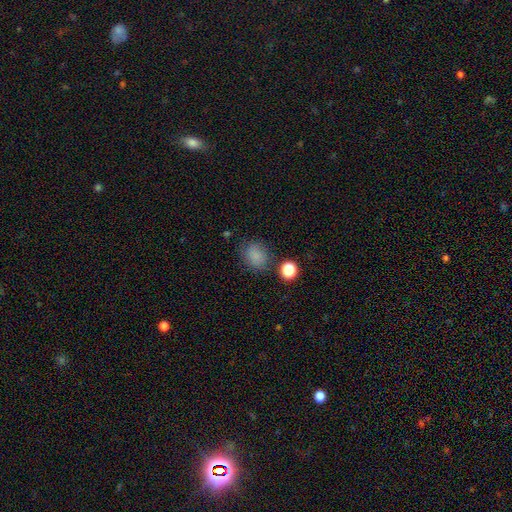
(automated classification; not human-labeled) Overall: smooth (80%). How rounded: round (64%; in between 35%). Merging: none (74%).